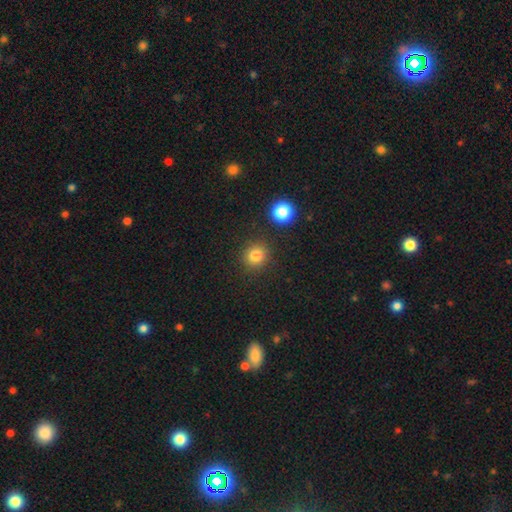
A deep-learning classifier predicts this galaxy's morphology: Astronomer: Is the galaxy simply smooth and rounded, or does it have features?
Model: smooth — 81%.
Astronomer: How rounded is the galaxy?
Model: round — 85%.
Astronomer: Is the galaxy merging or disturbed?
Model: none — 85%.